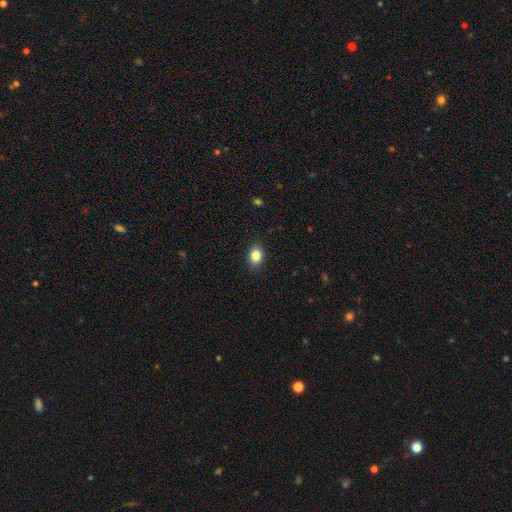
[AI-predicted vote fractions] A smooth galaxy with no disk features (85%) that is in between round and cigar-shaped (59%).

Vote fractions:
- Smooth or featured? smooth: 85% / star or artifact: 10% / featured or disk: 6%
- How rounded? in between: 59% / round: 40% / cigar-shaped: 1%
- Merging? none: 88% / minor disturbance: 9% / major disturbance: 2% / merger: 1%